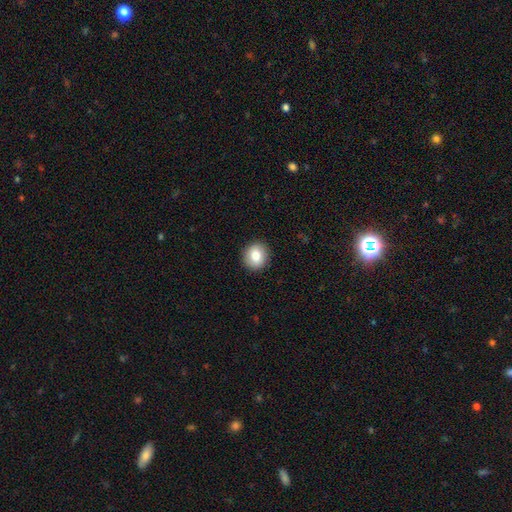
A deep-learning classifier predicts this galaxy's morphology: Overall: smooth (81%). How rounded: round (81%). Merging: none (91%).